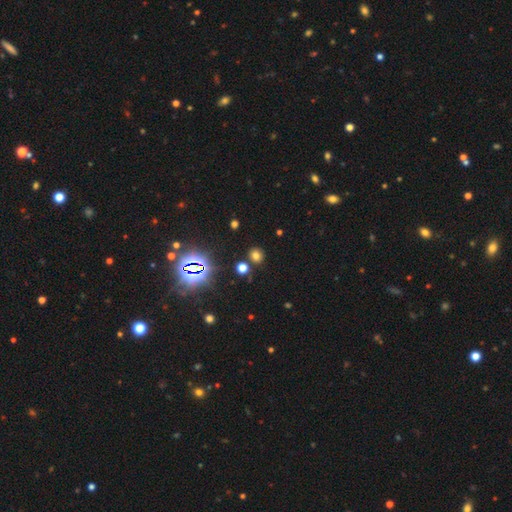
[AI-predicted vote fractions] Q: Smooth or featured?
A: smooth (64%); runner-up: star or artifact (30%)
Q: How rounded?
A: round (79%); runner-up: in between (20%)
Q: Merging?
A: none (83%); runner-up: minor disturbance (7%)